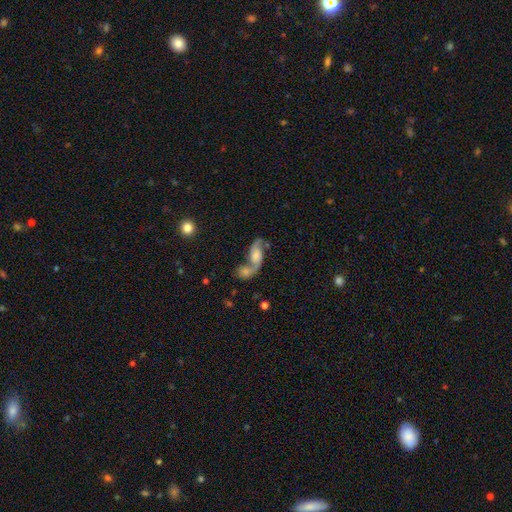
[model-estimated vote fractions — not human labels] smooth_or_featured: featured or disk (p=0.73) [alt: smooth p=0.18]
disk_edge_on: no (p=0.93) [alt: yes p=0.07]
bar: no (p=0.63) [alt: weak p=0.29]
has_spiral_arms: yes (p=0.90) [alt: no p=0.10]
spiral_winding: loose (p=0.65) [alt: medium p=0.27]
spiral_arm_count: 2 (p=0.86) [alt: 1 p=0.08]
bulge_size: moderate (p=0.38) [alt: small p=0.25]
merging: merger (p=0.51) [alt: none p=0.29]